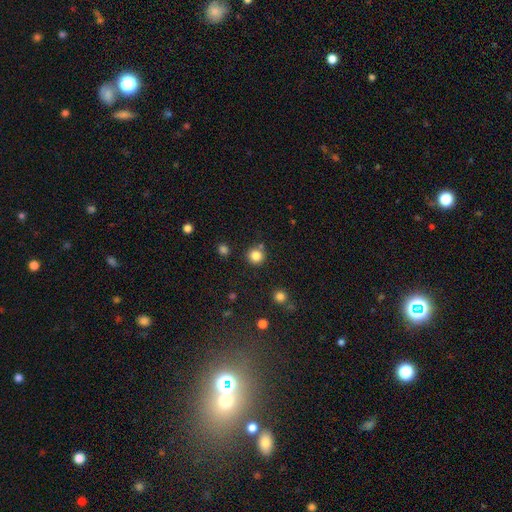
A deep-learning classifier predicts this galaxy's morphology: This appears to be a smooth galaxy with no disk features (83%) that is round (94%). Merging: none (81%).